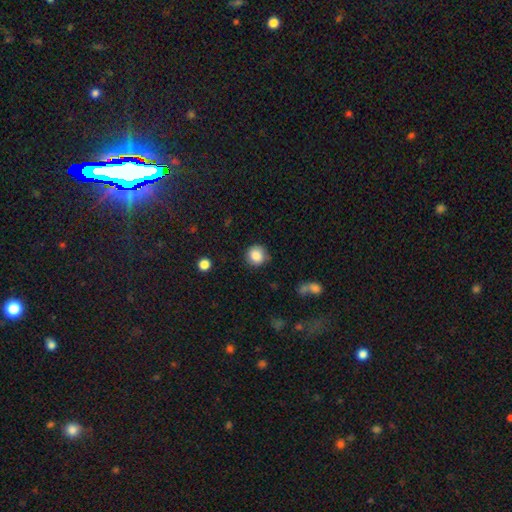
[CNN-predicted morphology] Q: Smooth or featured?
A: smooth (85%); runner-up: star or artifact (9%)
Q: How rounded?
A: round (90%); runner-up: in between (9%)
Q: Merging?
A: none (83%); runner-up: minor disturbance (12%)